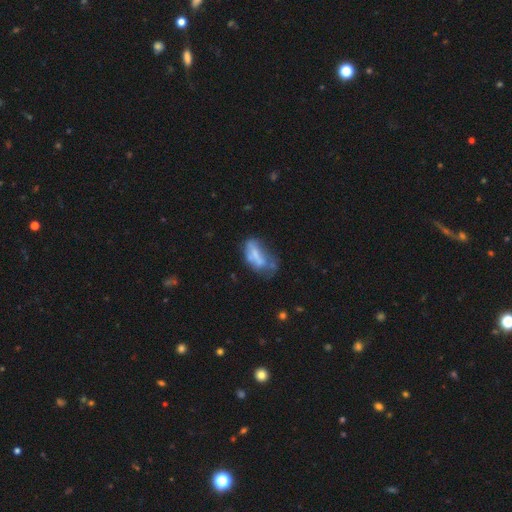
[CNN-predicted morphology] Q: Smooth or featured?
A: smooth (50%); runner-up: featured or disk (40%)
Q: Merging?
A: major disturbance (30%); runner-up: minor disturbance (28%)